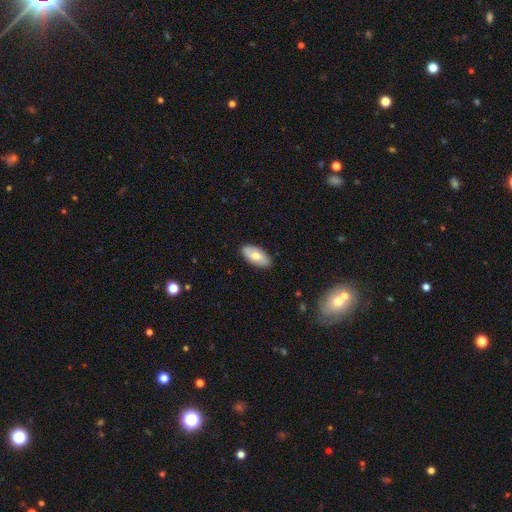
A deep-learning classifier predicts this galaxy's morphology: This appears to be a smooth galaxy with no disk features (67%) that is in between round and cigar-shaped (93%). Merging: none (88%).